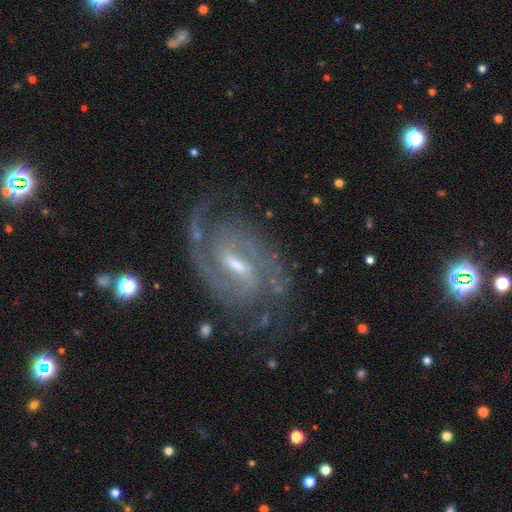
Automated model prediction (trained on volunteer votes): The model was most divided on "bulge size": small: 49%, moderate: 42%, none: 5%, large: 3%, dominant: 1%. Remaining: spiral arms — yes (98%); edge-on disk — no (97%); smooth or featured — featured or disk (92%); spiral arm count — 2 (74%); merging — none (74%); bar — weak (53%); spiral winding — medium (50%).